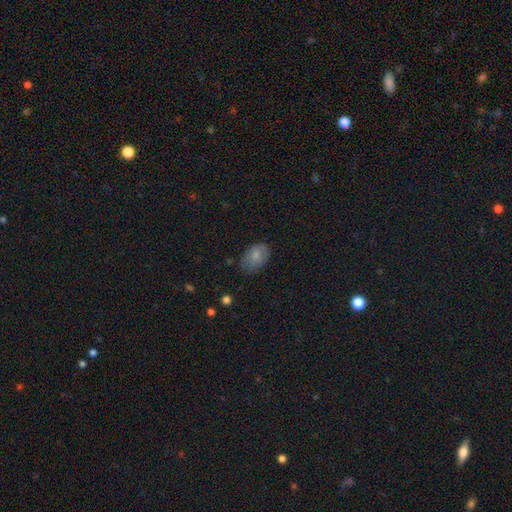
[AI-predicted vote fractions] smooth 81%, featured or disk 12%, star or artifact 8%. Down the decision tree: how rounded — in between (85%); merging — none (67%).